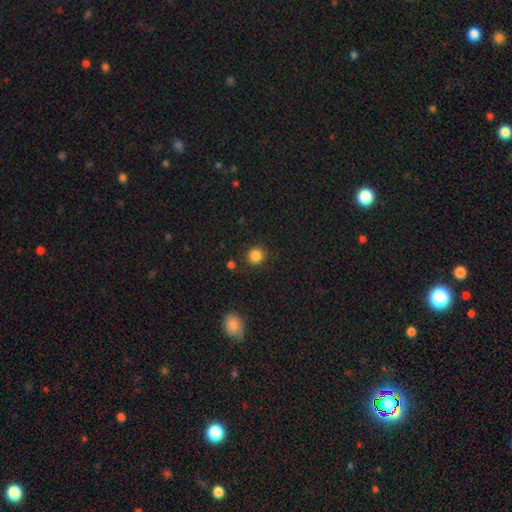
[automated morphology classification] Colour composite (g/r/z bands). It shows a smooth galaxy with no disk features (86%) that is round (90%). Merging: none (88%).